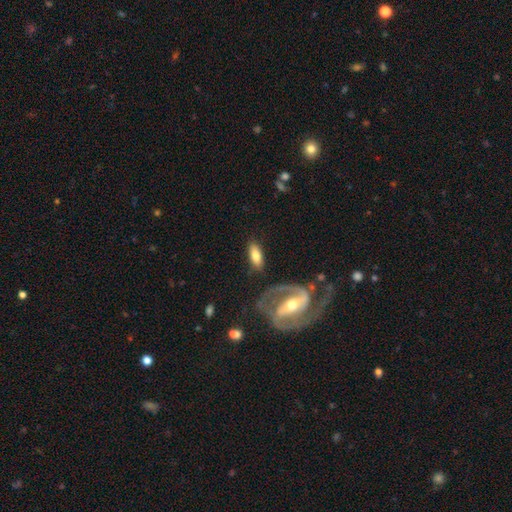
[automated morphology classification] This is likely a smooth galaxy (67%). How rounded: likely in between (74%). Merging: likely none (78%).